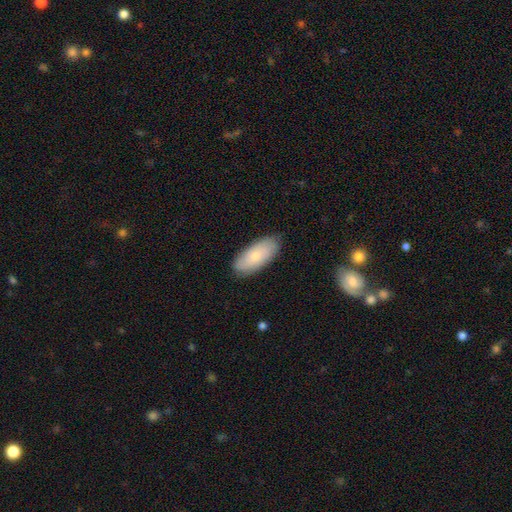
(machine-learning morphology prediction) This appears to be a smooth galaxy with no disk features (73%) that is in between round and cigar-shaped (88%). Merging: none (83%).